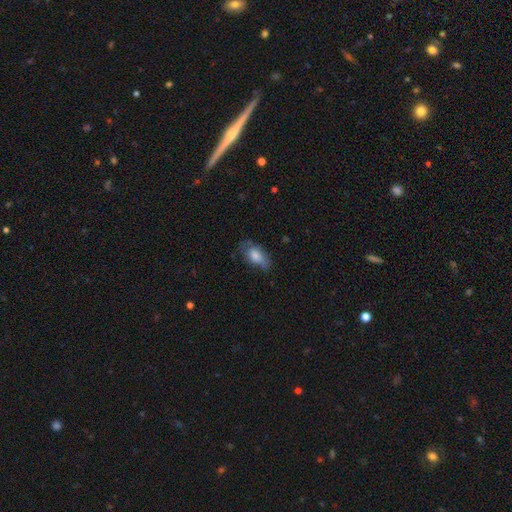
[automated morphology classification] Smooth or featured?
  - smooth: 73% *
  - featured or disk: 20%
  - star or artifact: 7%
How rounded?
  - in between: 89% *
  - cigar-shaped: 6%
  - round: 5%
Merging?
  - none: 54% *
  - minor disturbance: 31%
  - major disturbance: 13%
  - merger: 2%